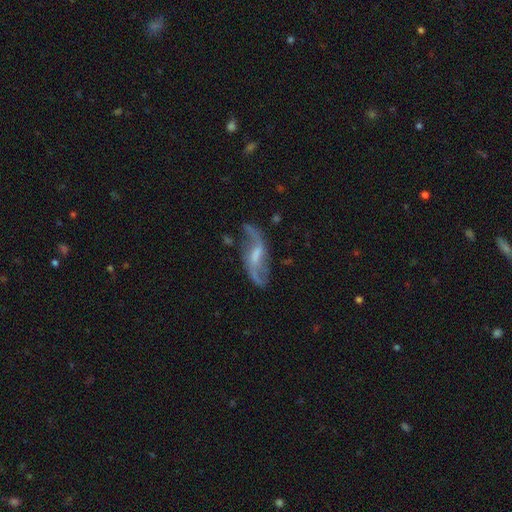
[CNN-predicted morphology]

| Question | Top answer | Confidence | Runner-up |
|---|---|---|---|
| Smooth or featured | featured or disk | 86% | smooth (8%) |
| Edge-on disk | no | 94% | yes (6%) |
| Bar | weak | 53% | strong (28%) |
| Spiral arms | yes | 95% | no (5%) |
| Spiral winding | loose | 75% | medium (21%) |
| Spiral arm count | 2 | 92% | can't tell (3%) |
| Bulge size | moderate | 35% | small (34%) |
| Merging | none | 71% | minor disturbance (17%) |